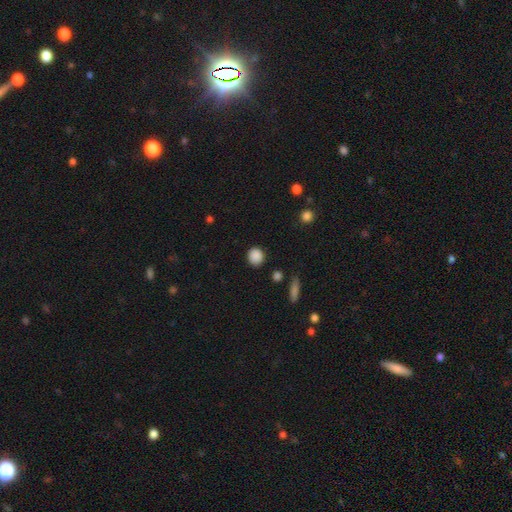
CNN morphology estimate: Smooth or featured? smooth (88%)
How rounded? round (85%)
Merging? none (87%)